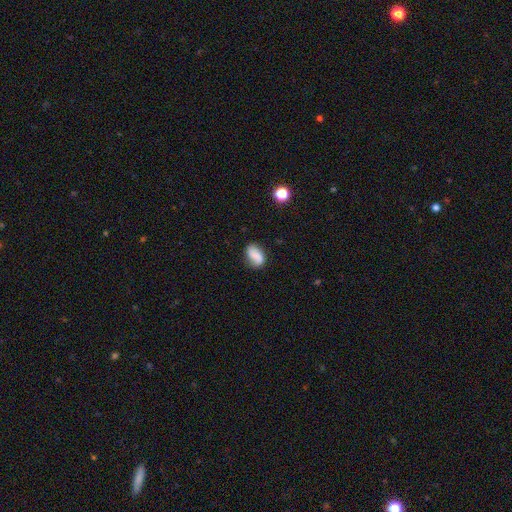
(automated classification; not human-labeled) smooth_or_featured: smooth (p=0.71) [alt: featured or disk p=0.20]
how_rounded: in between (p=0.86) [alt: round p=0.11]
merging: none (p=0.63) [alt: minor disturbance p=0.25]